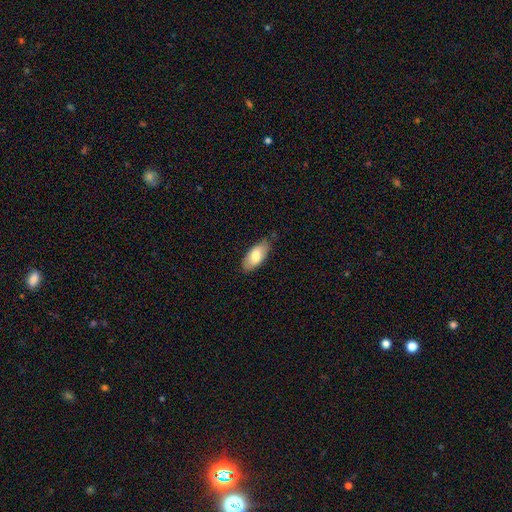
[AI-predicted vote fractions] Smooth or featured? Predicted: smooth (p=0.78). How rounded? Predicted: in between (p=0.89). Merging? Predicted: none (p=0.77).